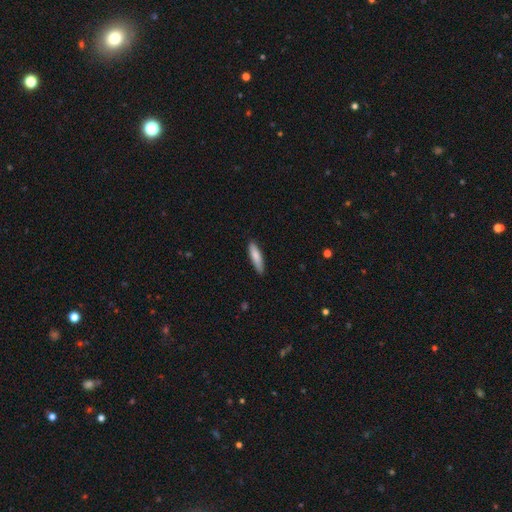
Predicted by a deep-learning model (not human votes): This is clearly a smooth galaxy (81%). How rounded: likely cigar-shaped (76%). Merging: clearly none (86%).